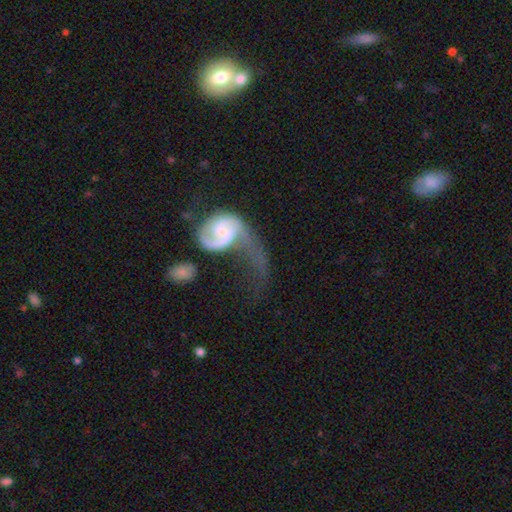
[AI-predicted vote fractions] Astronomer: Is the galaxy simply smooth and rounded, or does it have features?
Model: featured or disk — 72%.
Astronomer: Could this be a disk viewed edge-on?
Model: no — 97%.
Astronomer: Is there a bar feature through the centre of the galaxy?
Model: no — 62%.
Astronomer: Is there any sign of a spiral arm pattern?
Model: yes — 84%.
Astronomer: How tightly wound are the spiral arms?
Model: loose — 66%.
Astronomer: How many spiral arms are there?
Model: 1 — 54% (runner-up: 2, 36%).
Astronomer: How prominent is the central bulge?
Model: small — 36% (runner-up: none, 27%).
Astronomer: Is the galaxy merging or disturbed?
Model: major disturbance — 54%.